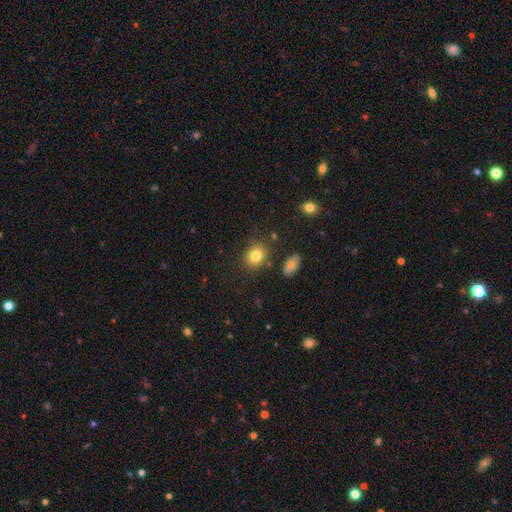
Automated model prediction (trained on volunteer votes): Smooth or featured? Predicted: smooth (p=0.80). How rounded? Predicted: round (p=0.54). Merging? Predicted: none (p=0.80).